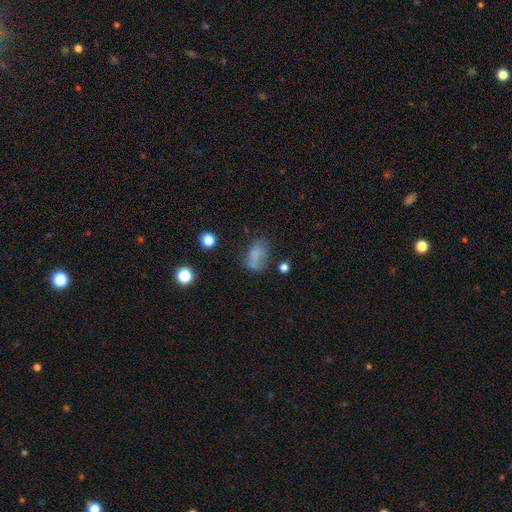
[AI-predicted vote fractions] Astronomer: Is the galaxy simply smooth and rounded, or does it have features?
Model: smooth — 66%.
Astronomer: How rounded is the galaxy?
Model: in between — 83%.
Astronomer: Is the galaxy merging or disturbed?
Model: none — 42% (runner-up: minor disturbance, 24%).